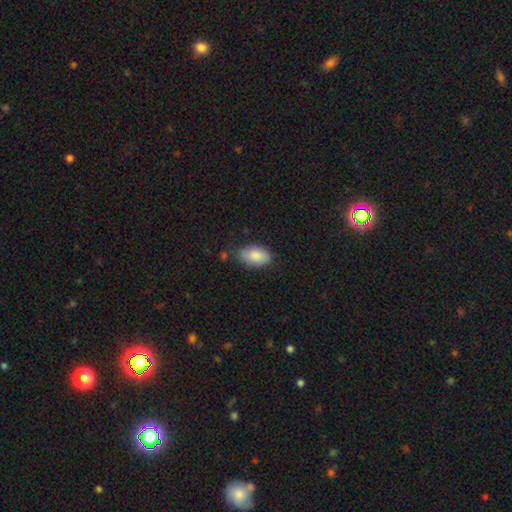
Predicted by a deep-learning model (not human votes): smooth_or_featured: smooth (p=0.86) [alt: featured or disk p=0.07]
how_rounded: in between (p=0.93) [alt: round p=0.05]
merging: none (p=0.74) [alt: minor disturbance p=0.20]